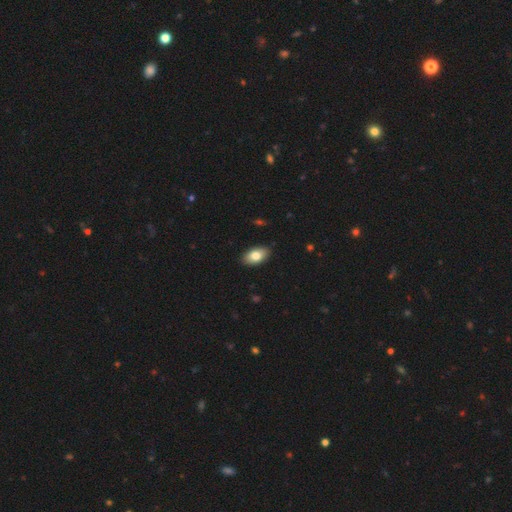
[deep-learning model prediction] This is clearly a smooth galaxy (81%). How rounded: clearly in between (93%). Merging: clearly none (89%).